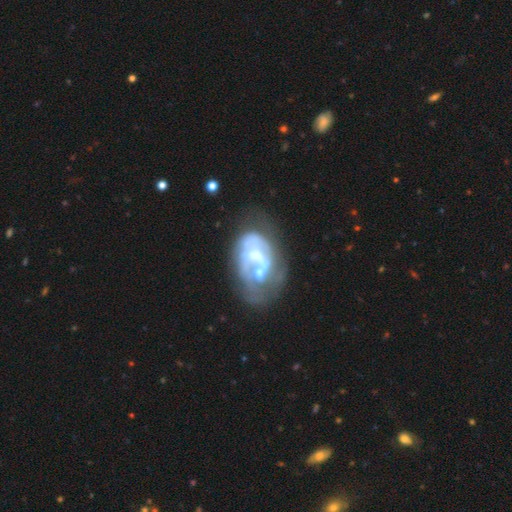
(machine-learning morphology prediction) smooth_or_featured: featured or disk (p=0.72) [alt: smooth p=0.20]
disk_edge_on: no (p=0.98) [alt: yes p=0.02]
bar: no (p=0.60) [alt: weak p=0.29]
has_spiral_arms: no (p=0.55) [alt: yes p=0.45]
bulge_size: moderate (p=0.41) [alt: small p=0.28]
merging: major disturbance (p=0.30) [alt: none p=0.27]